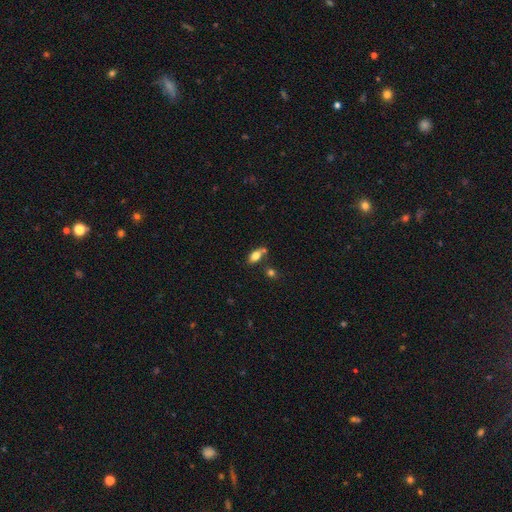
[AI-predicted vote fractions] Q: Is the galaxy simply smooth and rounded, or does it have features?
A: smooth — 75%.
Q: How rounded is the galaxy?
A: in between — 86%.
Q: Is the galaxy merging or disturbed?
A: none — 61%.